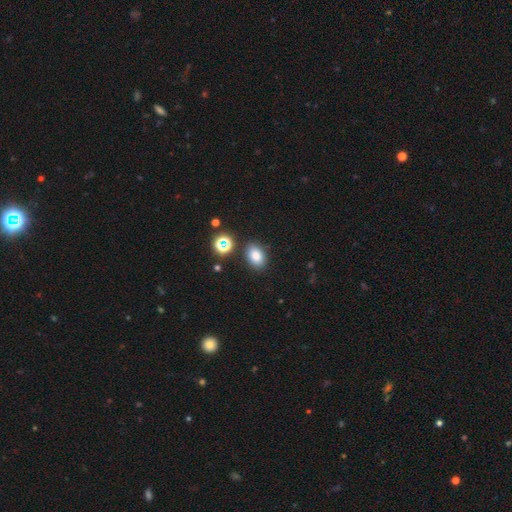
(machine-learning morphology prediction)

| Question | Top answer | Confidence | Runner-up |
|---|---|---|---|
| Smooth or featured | smooth | 79% | star or artifact (13%) |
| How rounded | in between | 79% | round (19%) |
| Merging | none | 83% | minor disturbance (9%) |